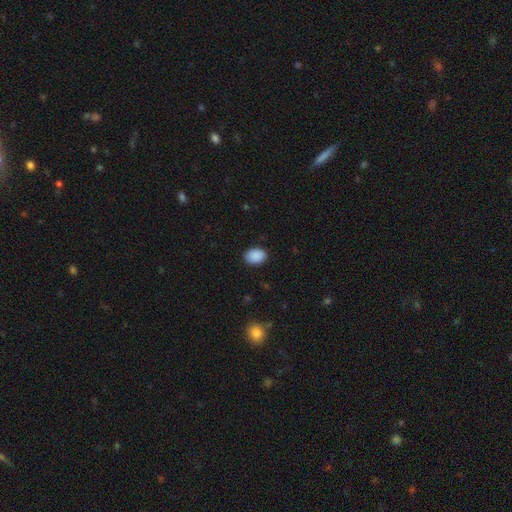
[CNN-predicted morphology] Smooth or featured?
  - smooth: 89% *
  - star or artifact: 8%
  - featured or disk: 3%
How rounded?
  - in between: 75% *
  - round: 24%
  - cigar-shaped: 1%
Merging?
  - none: 88% *
  - minor disturbance: 9%
  - major disturbance: 2%
  - merger: 1%